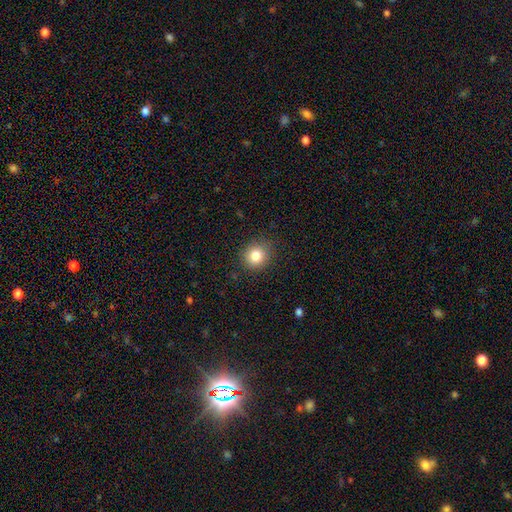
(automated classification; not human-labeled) Smooth or featured? smooth (83%)
How rounded? round (83%)
Merging? none (88%)